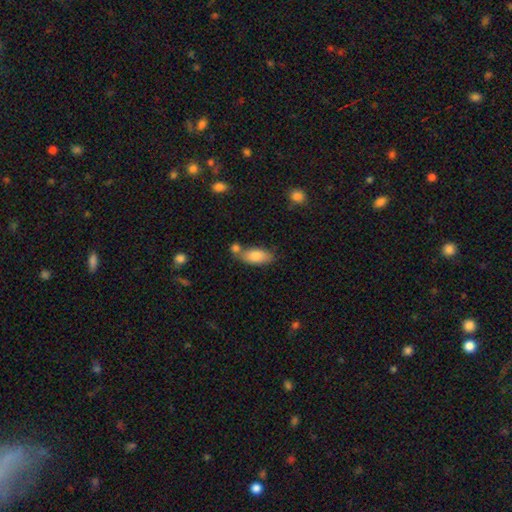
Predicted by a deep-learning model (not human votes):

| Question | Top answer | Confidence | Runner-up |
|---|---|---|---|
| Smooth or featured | smooth | 81% | featured or disk (12%) |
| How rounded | in between | 87% | cigar-shaped (11%) |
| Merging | none | 57% | merger (22%) |